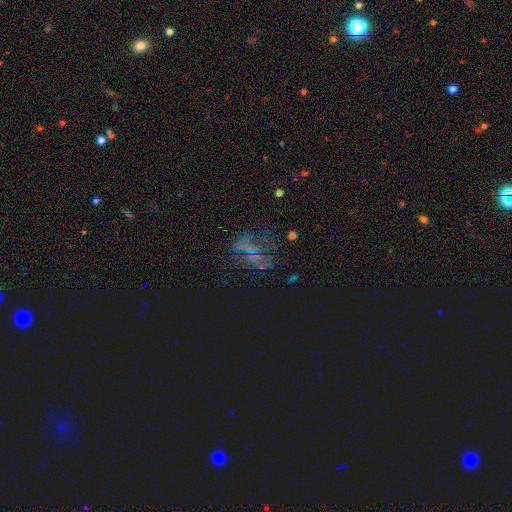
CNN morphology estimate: smooth_or_featured: star or artifact (p=0.42) [alt: featured or disk p=0.39]